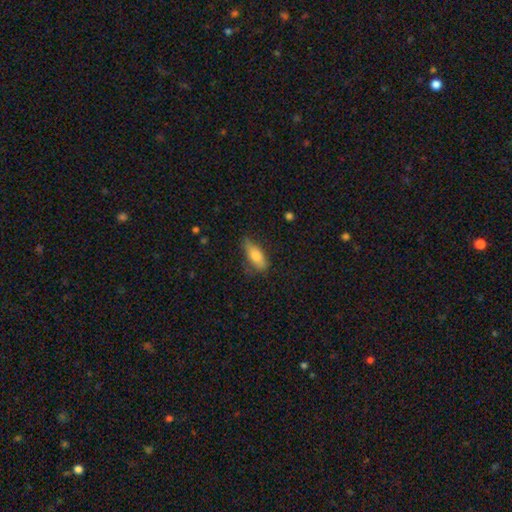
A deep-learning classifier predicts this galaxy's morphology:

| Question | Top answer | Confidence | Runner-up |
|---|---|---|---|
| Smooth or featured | smooth | 73% | featured or disk (20%) |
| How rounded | in between | 71% | cigar-shaped (26%) |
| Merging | none | 62% | minor disturbance (28%) |